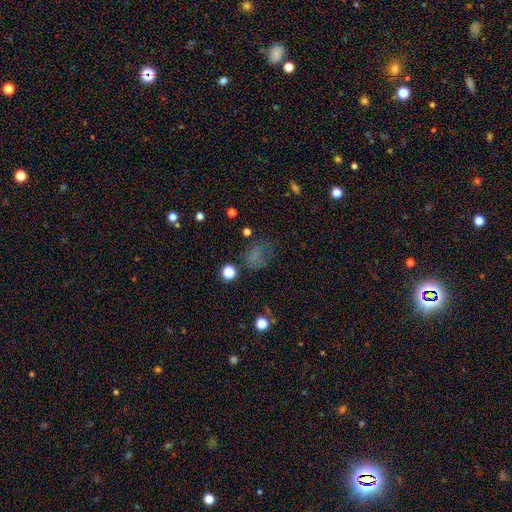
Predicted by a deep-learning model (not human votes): A smooth galaxy with no disk features (56%) that is in between round and cigar-shaped (54%).

Vote fractions:
- Smooth or featured? smooth: 56% / star or artifact: 28% / featured or disk: 16%
- How rounded? in between: 54% / round: 44% / cigar-shaped: 2%
- Merging? none: 50% / major disturbance: 23% / minor disturbance: 23% / merger: 4%